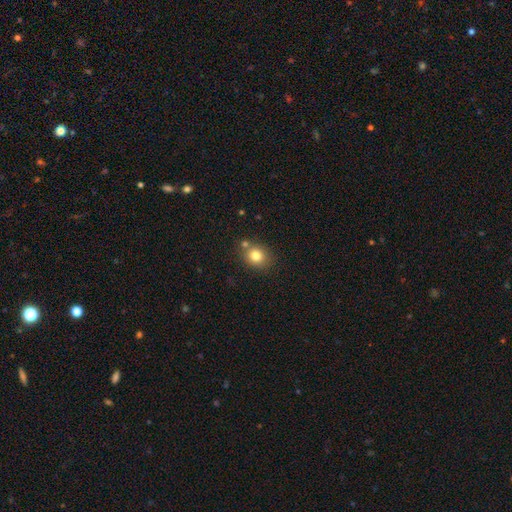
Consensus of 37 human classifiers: smooth-or-featured: smooth: 73% | featured or disk: 22% | star or artifact: 5%
  how-rounded: round: 59% | in between: 41% | cigar-shaped: 0%
  merging: none: 66% | minor disturbance: 20% | merger: 11% | major disturbance: 3%